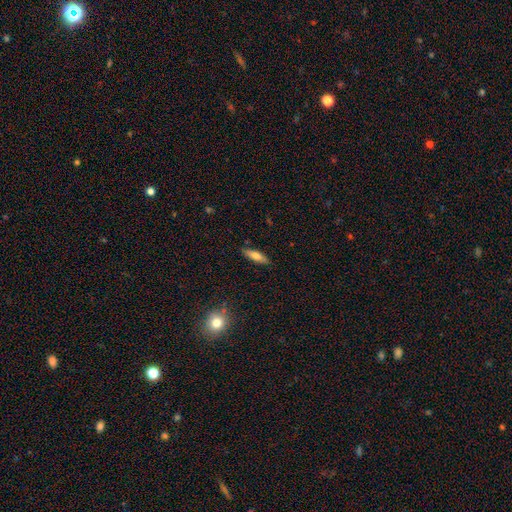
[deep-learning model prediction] A smooth galaxy with no disk features (68%) that is cigar-shaped (59%).

Vote fractions:
- Smooth or featured? smooth: 68% / featured or disk: 25% / star or artifact: 7%
- How rounded? cigar-shaped: 59% / in between: 39% / round: 2%
- Merging? none: 87% / minor disturbance: 9% / major disturbance: 2% / merger: 1%